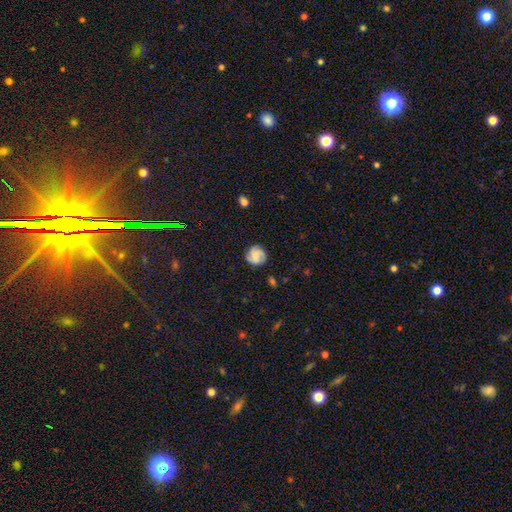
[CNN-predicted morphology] smooth 50%, featured or disk 41%, star or artifact 9%. Down the decision tree: merging — none (82%).